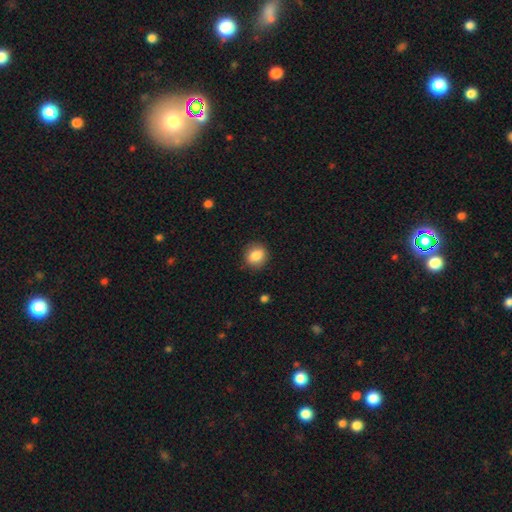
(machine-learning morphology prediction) smooth 85%, star or artifact 9%, featured or disk 6%. Down the decision tree: how rounded — round (76%); merging — none (86%).